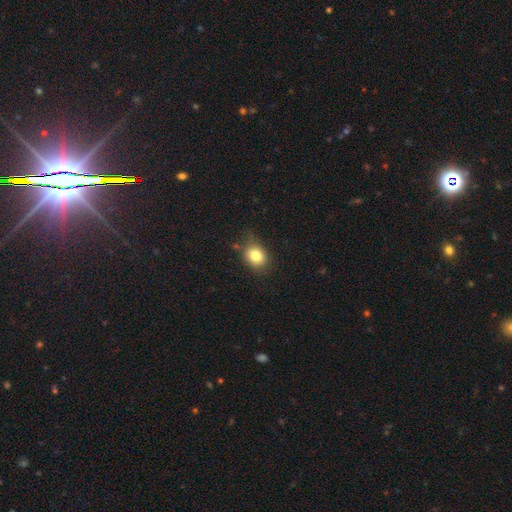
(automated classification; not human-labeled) Smooth or featured?
  - smooth: 81% *
  - star or artifact: 10%
  - featured or disk: 8%
How rounded?
  - in between: 51% *
  - round: 48%
  - cigar-shaped: 1%
Merging?
  - none: 69% *
  - minor disturbance: 23%
  - major disturbance: 6%
  - merger: 3%